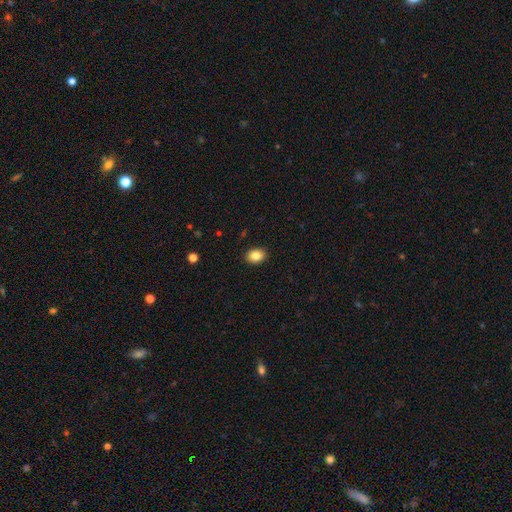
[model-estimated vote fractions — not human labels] Smooth or featured? smooth (85%)
How rounded? in between (70%)
Merging? none (90%)